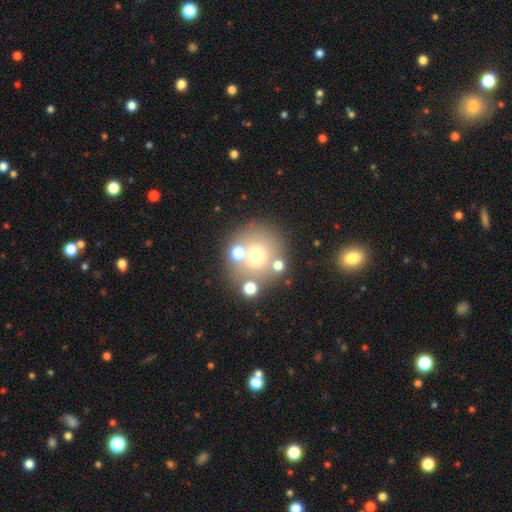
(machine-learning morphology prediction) This is possibly a smooth galaxy (59%). How rounded: clearly round (89%). Merging: likely none (68%).